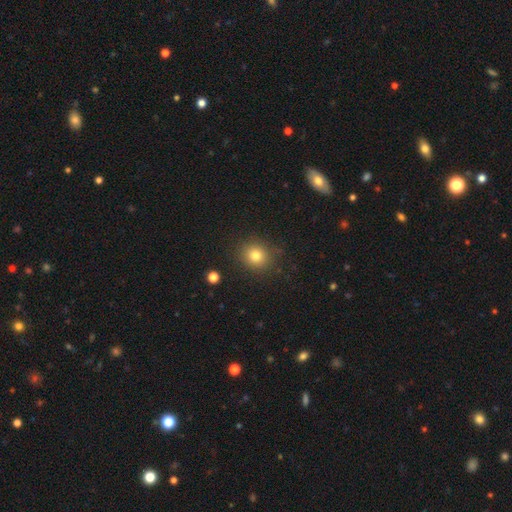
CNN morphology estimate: Overall: smooth (79%). How rounded: round (80%). Merging: none (87%).